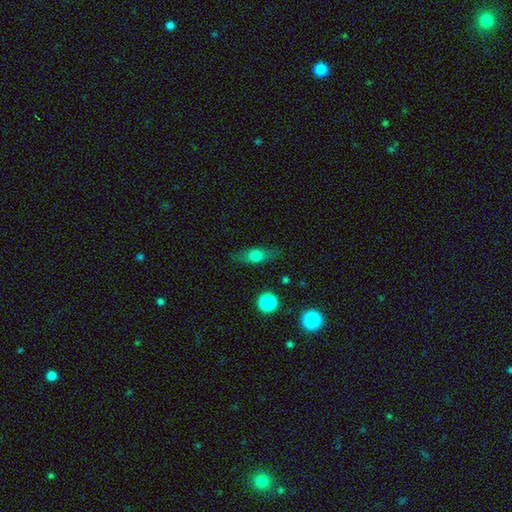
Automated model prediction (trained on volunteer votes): Morphology: type=smooth (61%); roundness=in between (58%); merging=none (78%).